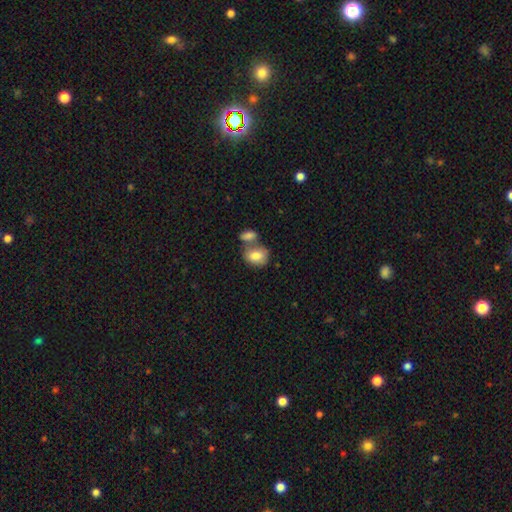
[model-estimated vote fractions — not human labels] Q: Smooth or featured?
A: smooth (80%); runner-up: featured or disk (12%)
Q: How rounded?
A: in between (69%); runner-up: round (30%)
Q: Merging?
A: merger (42%); runner-up: none (39%)